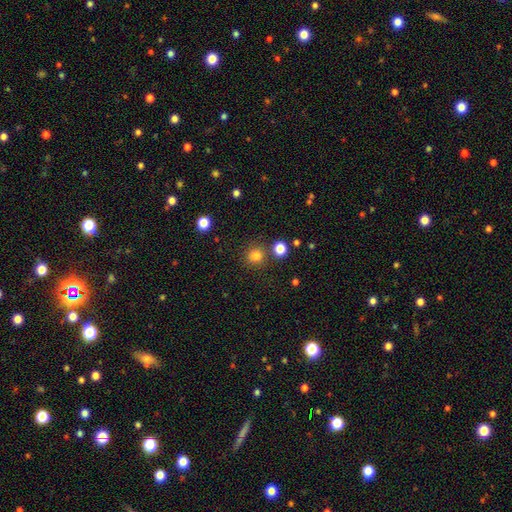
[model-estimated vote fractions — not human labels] smooth_or_featured: smooth (p=0.81) [alt: star or artifact p=0.14]
how_rounded: round (p=0.88) [alt: in between p=0.11]
merging: none (p=0.80) [alt: minor disturbance p=0.09]